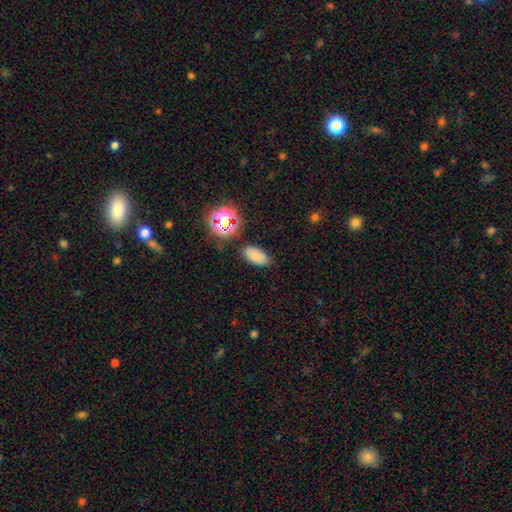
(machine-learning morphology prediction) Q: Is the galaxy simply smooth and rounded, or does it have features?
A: smooth — 73%.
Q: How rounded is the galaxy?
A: in between — 90%.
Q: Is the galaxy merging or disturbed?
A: none — 78%.